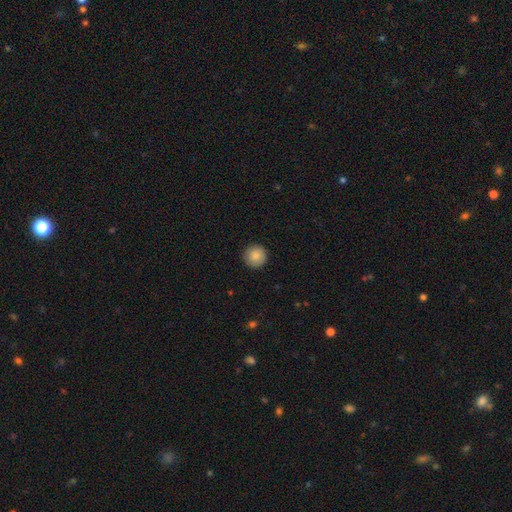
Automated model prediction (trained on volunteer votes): The model was most divided on "smooth or featured": smooth: 87%, star or artifact: 8%, featured or disk: 5%. More confident: how rounded — round (96%); merging — none (92%).